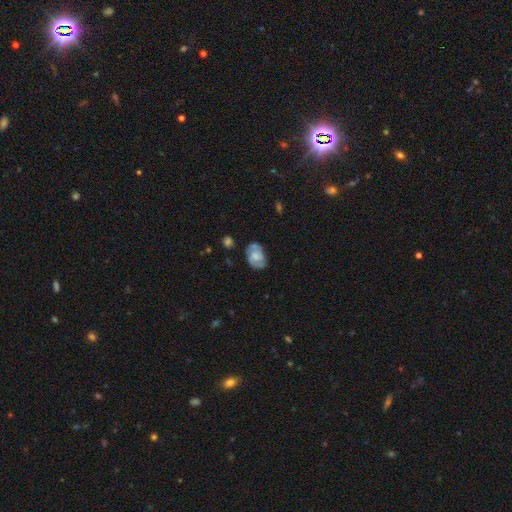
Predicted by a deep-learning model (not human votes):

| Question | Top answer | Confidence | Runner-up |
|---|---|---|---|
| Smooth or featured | featured or disk | 58% | smooth (34%) |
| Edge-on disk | no | 96% | yes (4%) |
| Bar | no | 61% | weak (32%) |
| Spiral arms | yes | 79% | no (21%) |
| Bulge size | moderate | 35% | small (26%) |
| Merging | none | 65% | minor disturbance (23%) |